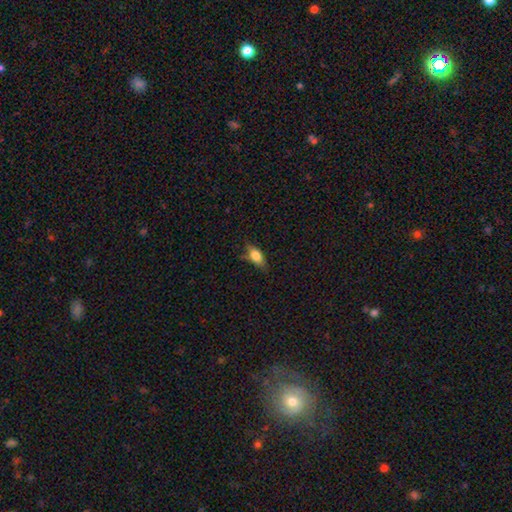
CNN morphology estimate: Smooth or featured? Predicted: smooth (p=0.73). How rounded? Predicted: in between (p=0.80). Merging? Predicted: none (p=0.66).